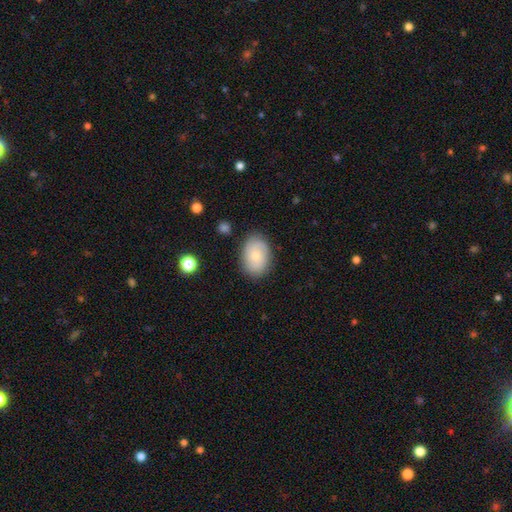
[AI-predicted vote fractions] This is likely a smooth galaxy (67%). How rounded: likely in between (77%). Merging: clearly none (82%).